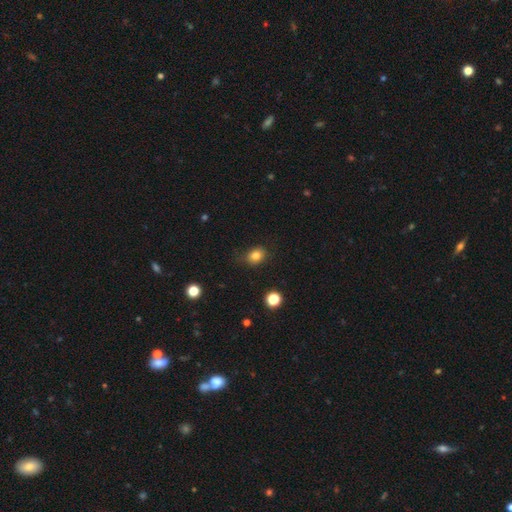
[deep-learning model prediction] smooth 81%, star or artifact 12%, featured or disk 7%. Down the decision tree: how rounded — round (56%); merging — none (77%).